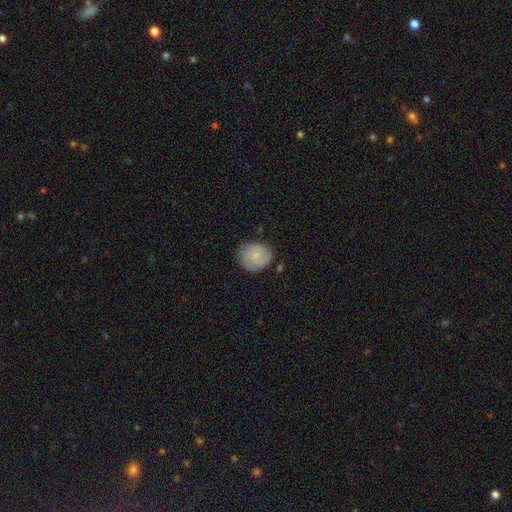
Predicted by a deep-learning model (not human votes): Smooth or featured: smooth — 71% (featured or disk — 23%)
How rounded: round — 73% (in between — 26%)
Merging: none — 74% (minor disturbance — 20%)